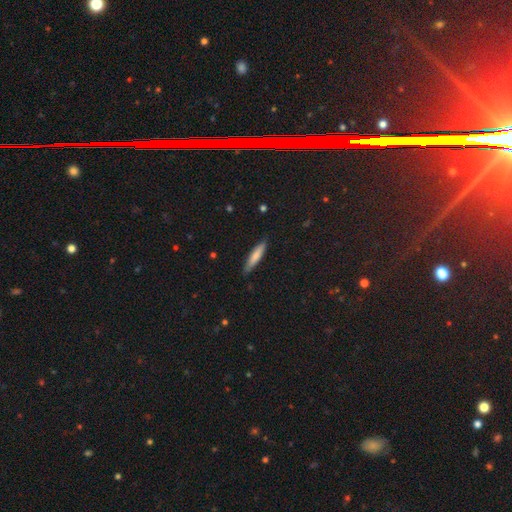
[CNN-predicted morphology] This is likely a smooth galaxy (75%). How rounded: clearly cigar-shaped (85%). Merging: clearly none (84%).